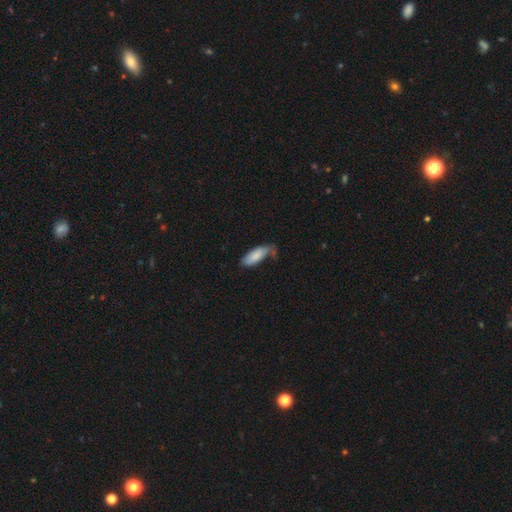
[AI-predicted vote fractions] Smooth or featured? smooth (80%)
How rounded? in between (74%)
Merging? none (41%)